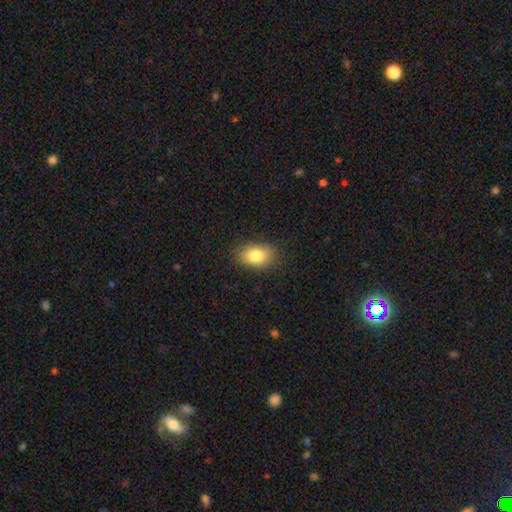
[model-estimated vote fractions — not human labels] The model was most divided on "how rounded": in between: 83%, round: 16%, cigar-shaped: 1%. More confident: smooth or featured — smooth (82%); merging — none (82%).